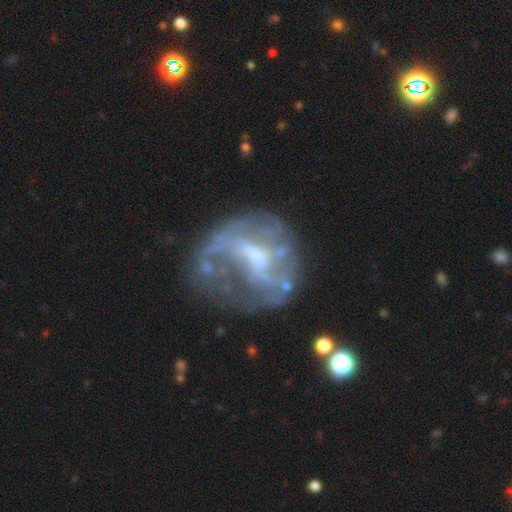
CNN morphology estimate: Smooth or featured? Predicted: featured or disk (p=0.73). Edge-on disk? Predicted: no (p=0.97). Bar? Predicted: no (p=0.43, tied with weak). Spiral arms? Predicted: yes (p=0.53). Bulge size? Predicted: small (p=0.44). Merging? Predicted: none (p=0.48).